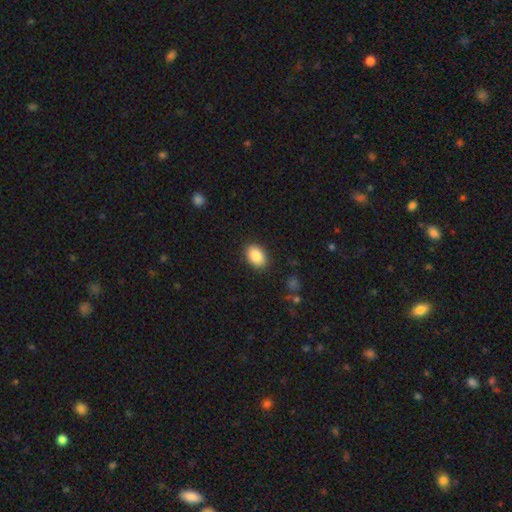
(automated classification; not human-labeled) Morphology: type=smooth (88%); roundness=in between (83%); merging=none (88%).